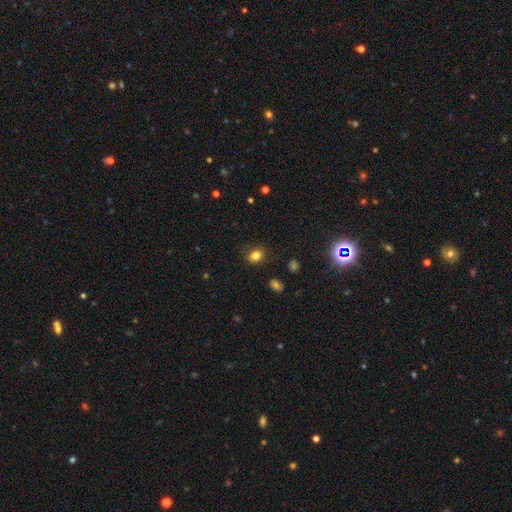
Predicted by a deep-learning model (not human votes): smooth 81%, star or artifact 12%, featured or disk 7%. Down the decision tree: how rounded — round (51%); merging — none (82%).